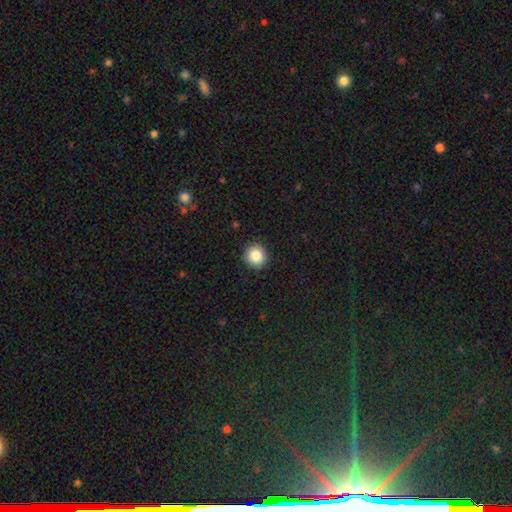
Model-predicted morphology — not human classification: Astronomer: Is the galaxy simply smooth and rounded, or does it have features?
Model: smooth — 85%.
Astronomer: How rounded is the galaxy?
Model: round — 89%.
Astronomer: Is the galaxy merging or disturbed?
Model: none — 91%.